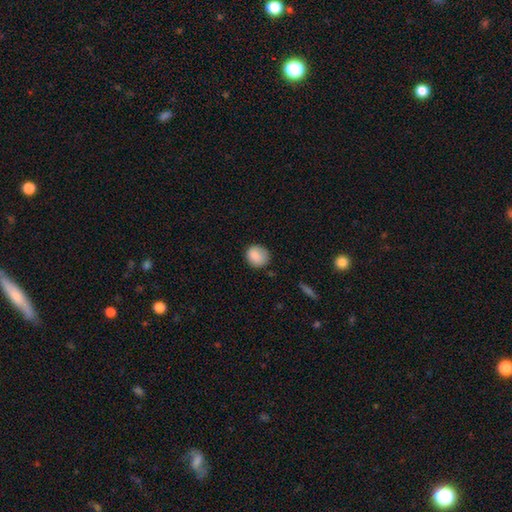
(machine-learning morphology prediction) type=smooth (86%); roundness=round (78%); merging=none (77%).